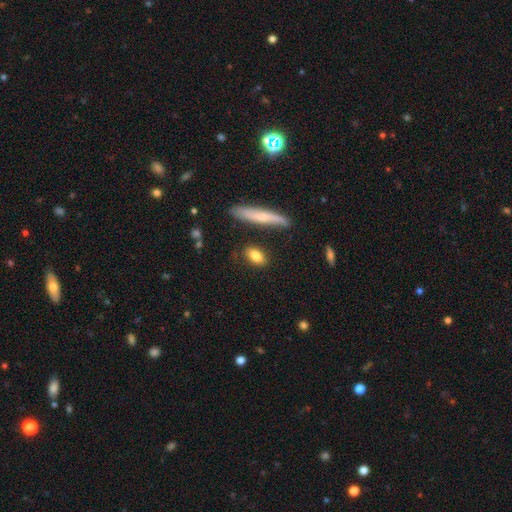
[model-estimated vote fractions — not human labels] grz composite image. It shows a smooth galaxy with no disk features (82%) that is in between round and cigar-shaped (80%). Merging: none (81%).